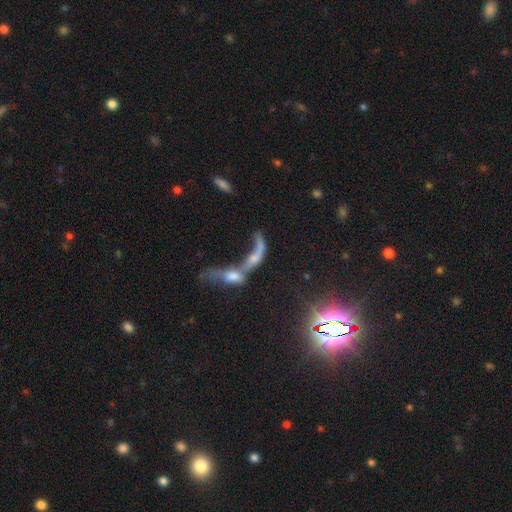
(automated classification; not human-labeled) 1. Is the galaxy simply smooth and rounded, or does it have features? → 48% featured or disk, 39% smooth, 13% star or artifact.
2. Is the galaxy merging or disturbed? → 77% merger, 11% major disturbance, 8% none, 4% minor disturbance.